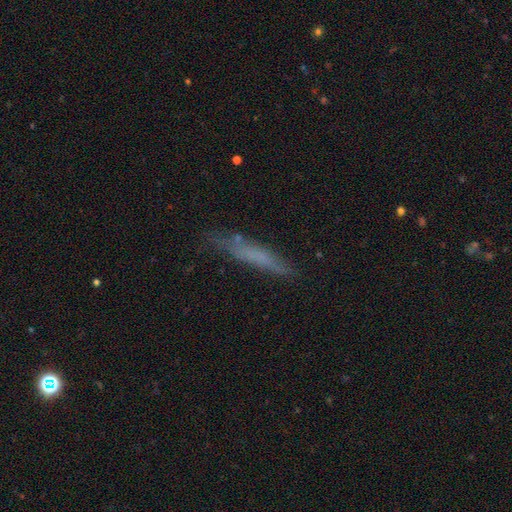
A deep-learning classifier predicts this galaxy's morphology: This is possibly a smooth galaxy (54%). How rounded: clearly cigar-shaped (92%). Merging: likely none (70%).